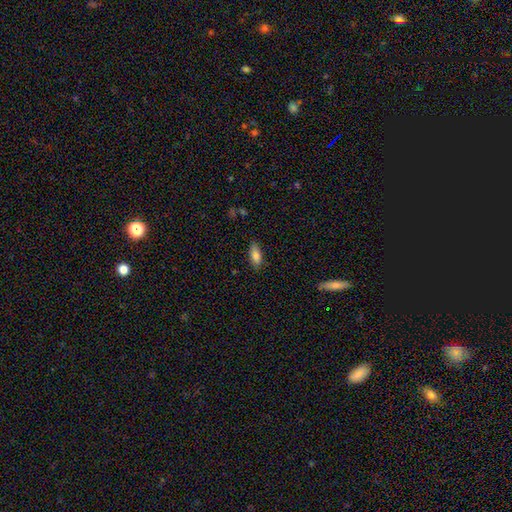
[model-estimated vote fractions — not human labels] The model was most divided on "how rounded": in between: 81%, cigar-shaped: 16%, round: 2%. More confident: smooth or featured — smooth (83%); merging — none (82%).